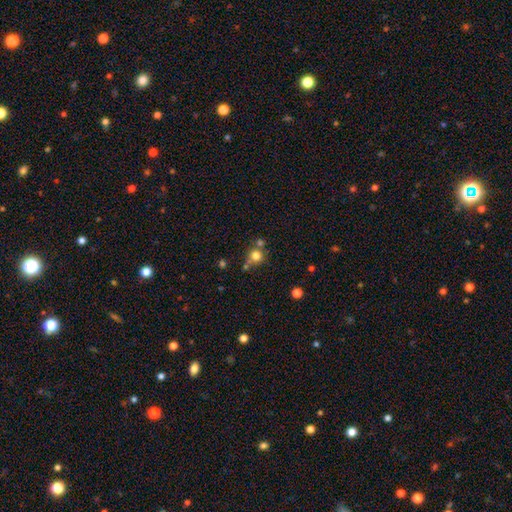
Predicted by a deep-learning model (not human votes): Smooth or featured: smooth — 77% (star or artifact — 14%)
How rounded: round — 89% (in between — 10%)
Merging: none — 56% (merger — 27%)